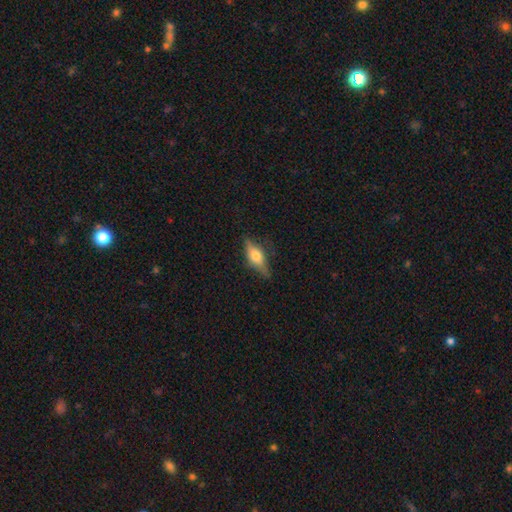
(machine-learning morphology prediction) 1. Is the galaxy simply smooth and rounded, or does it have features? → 49% smooth, 44% featured or disk, 7% star or artifact.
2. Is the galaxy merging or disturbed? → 75% none, 19% minor disturbance, 5% major disturbance, 1% merger.